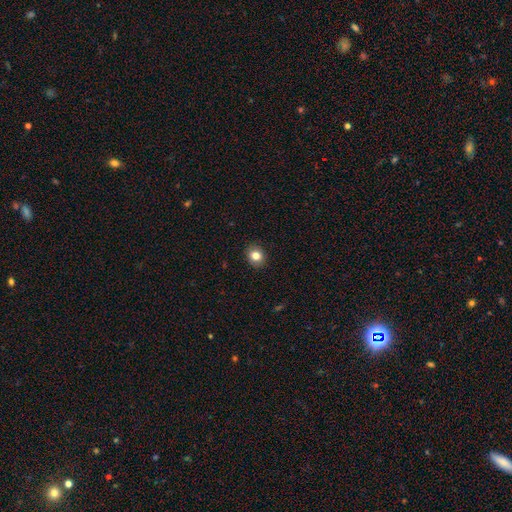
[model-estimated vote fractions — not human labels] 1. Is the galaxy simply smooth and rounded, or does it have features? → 82% smooth, 11% star or artifact, 7% featured or disk.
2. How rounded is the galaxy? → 73% round, 26% in between, 1% cigar-shaped.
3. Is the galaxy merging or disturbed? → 91% none, 7% minor disturbance, 2% major disturbance, 1% merger.